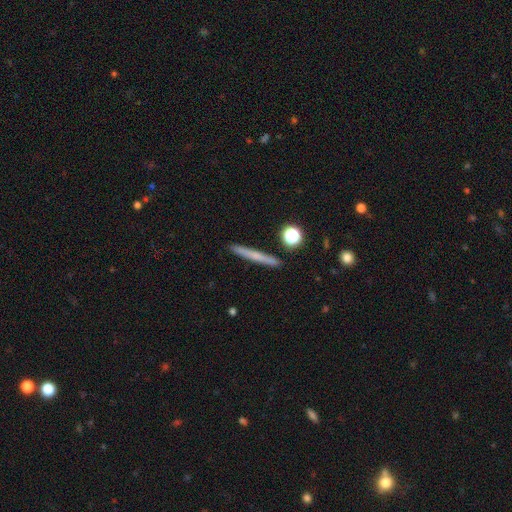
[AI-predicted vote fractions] Q: Smooth or featured?
A: smooth (56%); runner-up: featured or disk (36%)
Q: How rounded?
A: cigar-shaped (94%); runner-up: in between (3%)
Q: Merging?
A: none (91%); runner-up: minor disturbance (6%)